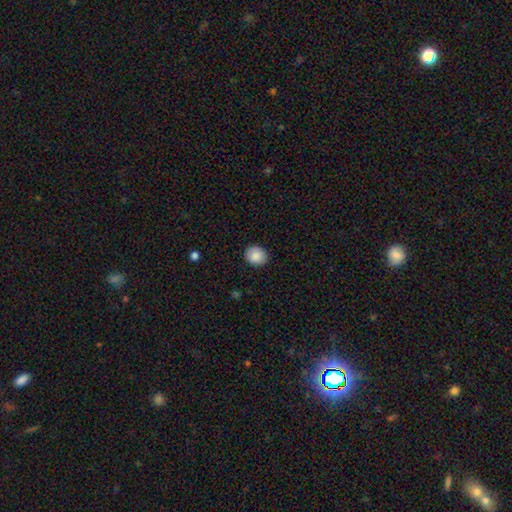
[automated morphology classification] Smooth or featured? Predicted: smooth (p=0.88). How rounded? Predicted: round (p=0.75). Merging? Predicted: none (p=0.90).